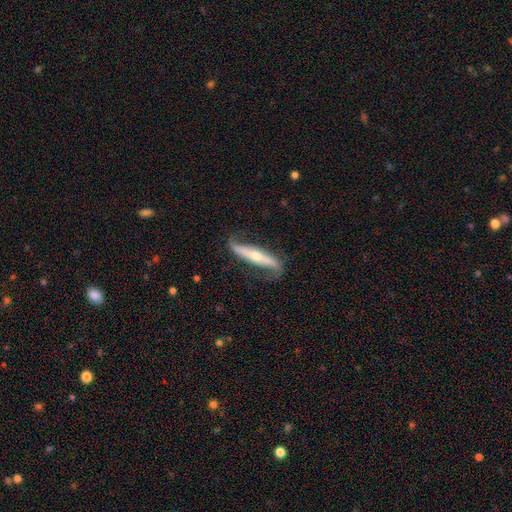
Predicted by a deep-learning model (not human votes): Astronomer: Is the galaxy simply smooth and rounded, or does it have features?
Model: featured or disk — 74%.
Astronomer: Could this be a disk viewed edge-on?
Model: yes — 59% (runner-up: no, 41%).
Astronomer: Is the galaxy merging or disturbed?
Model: none — 68%.